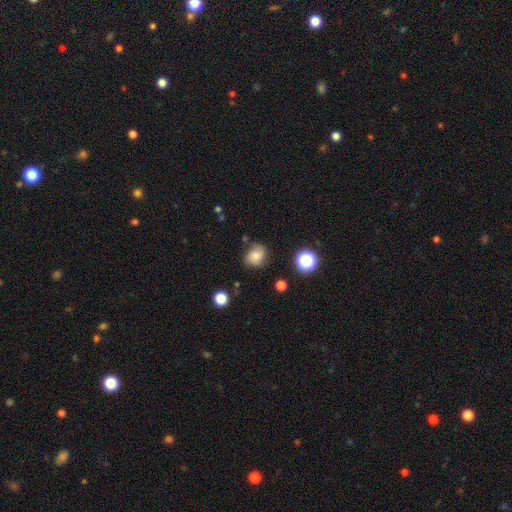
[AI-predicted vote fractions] This is likely a smooth galaxy (64%). How rounded: likely round (61%). Merging: likely none (71%).